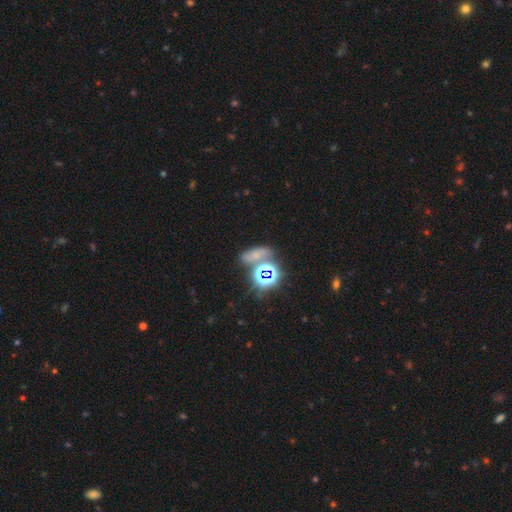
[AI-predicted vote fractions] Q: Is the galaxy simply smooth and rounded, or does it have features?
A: star or artifact — 44%.